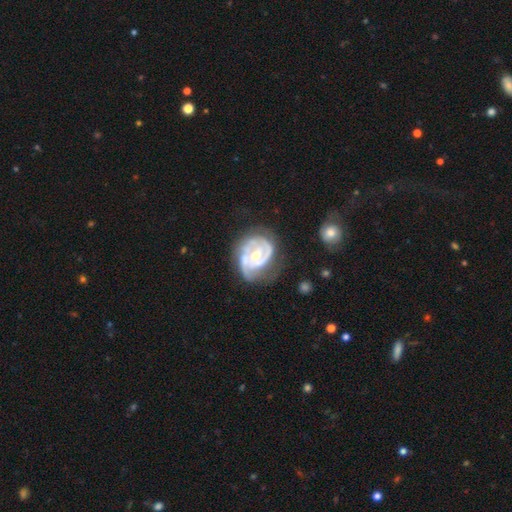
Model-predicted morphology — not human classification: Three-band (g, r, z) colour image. It shows a featured or disk galaxy (87%) with no bar (48%), 2 (45%) tight (58%) spiral arms (90%) and a moderate central bulge (62%). Merging: none (46%).